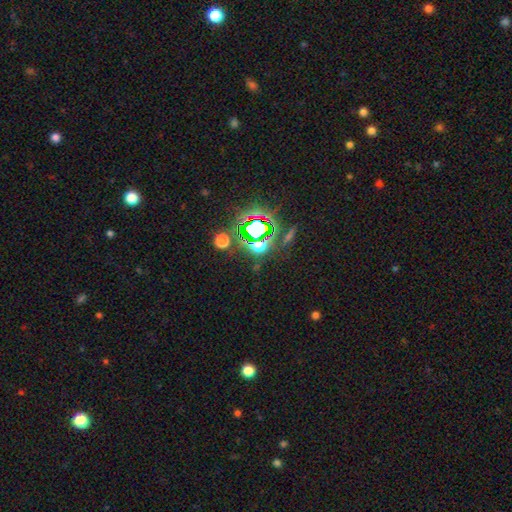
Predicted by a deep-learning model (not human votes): Overall: star or artifact (78%).